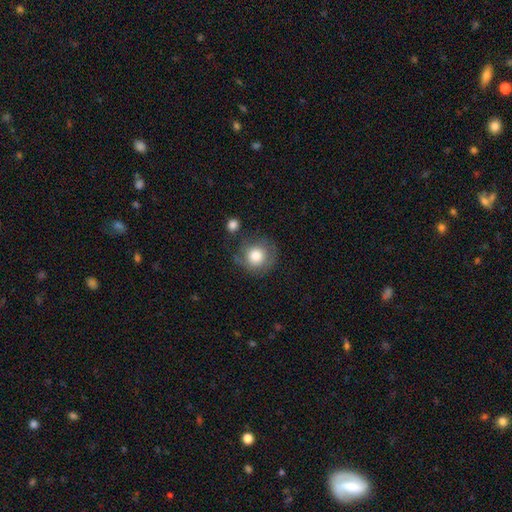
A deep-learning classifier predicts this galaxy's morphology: A smooth galaxy with no disk features (78%) that is round (90%).

Vote fractions:
- Smooth or featured? smooth: 78% / featured or disk: 15% / star or artifact: 8%
- How rounded? round: 90% / in between: 9% / cigar-shaped: 1%
- Merging? none: 64% / minor disturbance: 21% / major disturbance: 9% / merger: 5%